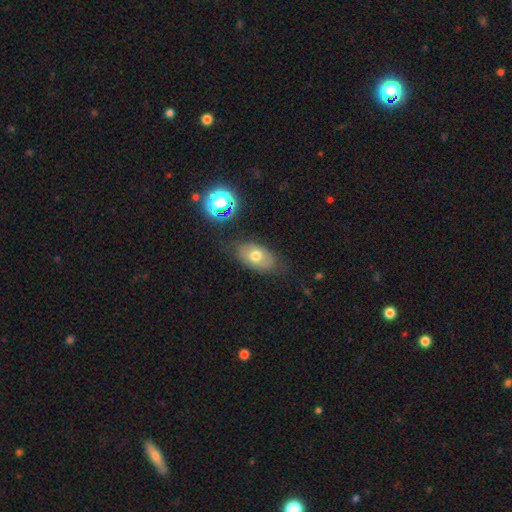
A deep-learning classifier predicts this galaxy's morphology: smooth_or_featured: smooth (p=0.56) [alt: featured or disk p=0.33]
how_rounded: in between (p=0.86) [alt: round p=0.12]
merging: none (p=0.71) [alt: minor disturbance p=0.19]